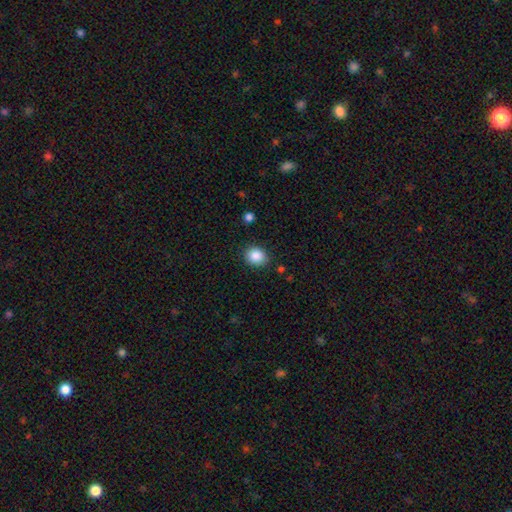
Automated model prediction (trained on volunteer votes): Smooth or featured? smooth (87%)
How rounded? round (61%)
Merging? none (86%)